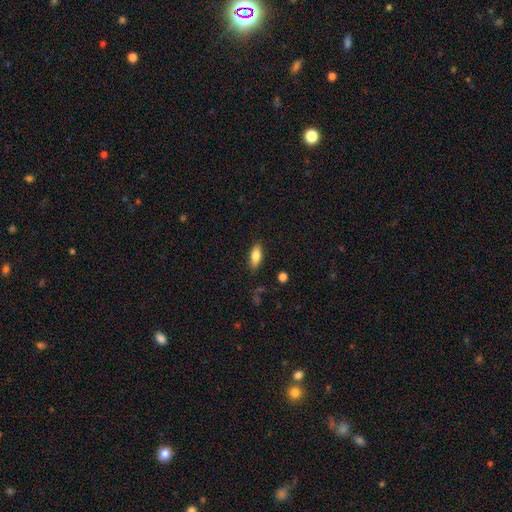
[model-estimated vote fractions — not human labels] A smooth galaxy with no disk features (80%) that is in between round and cigar-shaped (80%). Merging: none (86%).